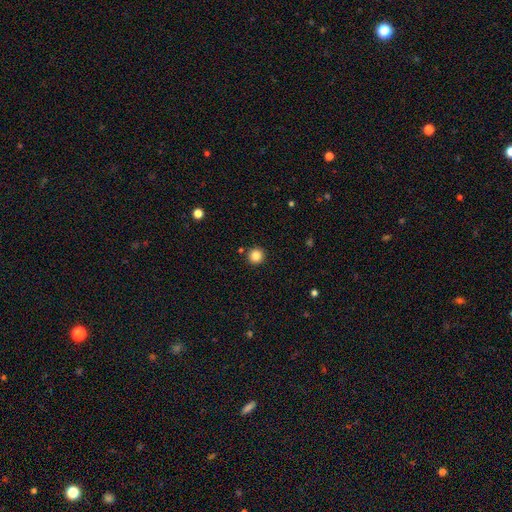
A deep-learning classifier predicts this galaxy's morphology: The model was most divided on "smooth or featured": smooth: 84%, star or artifact: 11%, featured or disk: 5%. More confident: how rounded — round (95%); merging — none (90%).